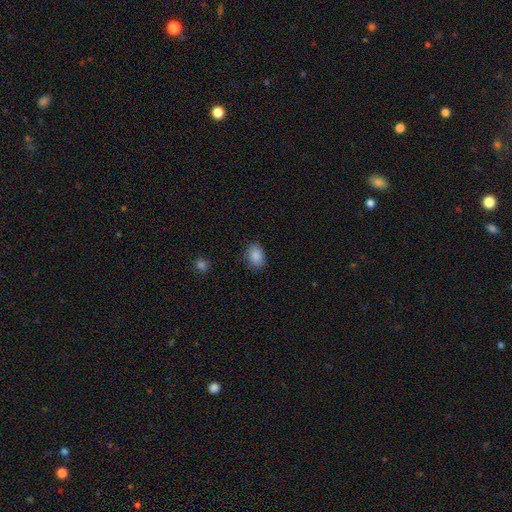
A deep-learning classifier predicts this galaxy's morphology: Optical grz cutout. It shows a smooth galaxy with no disk features (88%) that is in between round and cigar-shaped (77%). Merging: none (82%).